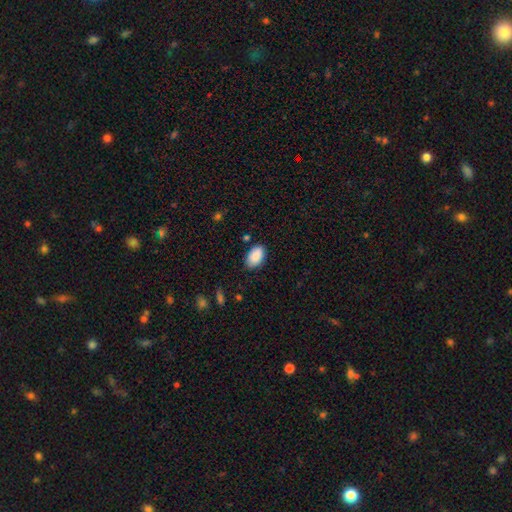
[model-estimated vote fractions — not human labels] A smooth galaxy with no disk features (89%) that is in between round and cigar-shaped (92%). Merging: none (81%).